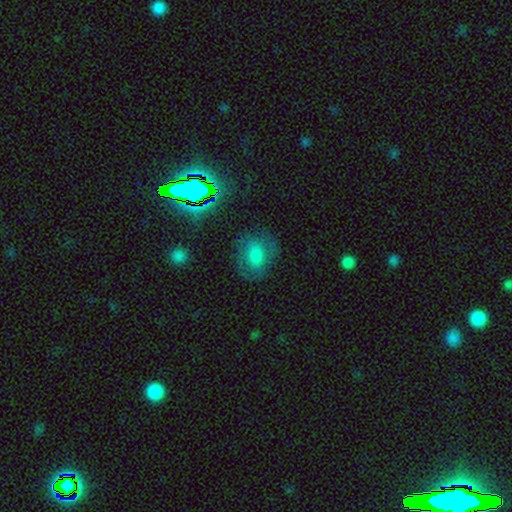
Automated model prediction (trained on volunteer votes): Smooth or featured?
  - smooth: 62% *
  - featured or disk: 22%
  - star or artifact: 15%
How rounded?
  - in between: 61% *
  - round: 38%
  - cigar-shaped: 2%
Merging?
  - none: 70% *
  - minor disturbance: 19%
  - major disturbance: 10%
  - merger: 2%